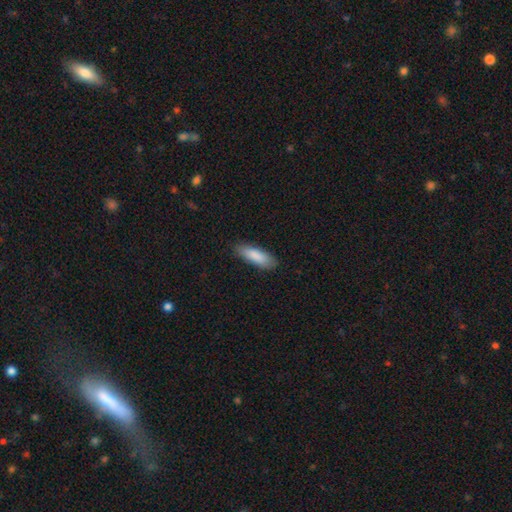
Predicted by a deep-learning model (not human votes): The model was most divided on "how rounded": in between: 52%, cigar-shaped: 47%, round: 2%. More confident: smooth or featured — smooth (87%); merging — none (86%).